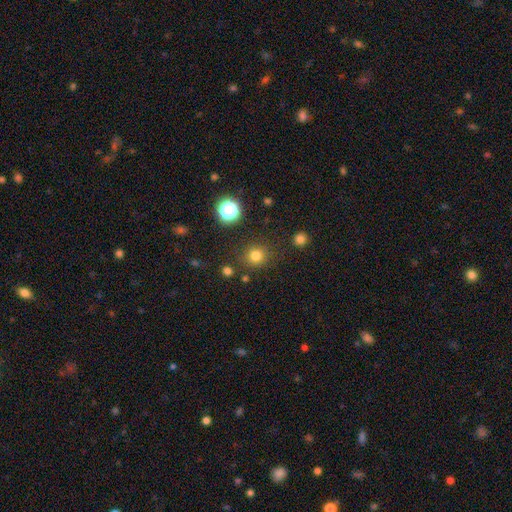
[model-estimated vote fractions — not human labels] A smooth galaxy with no disk features (77%) that is round (90%).

Vote fractions:
- Smooth or featured? smooth: 77% / star or artifact: 17% / featured or disk: 5%
- How rounded? round: 90% / in between: 9% / cigar-shaped: 1%
- Merging? none: 84% / minor disturbance: 9% / major disturbance: 4% / merger: 3%